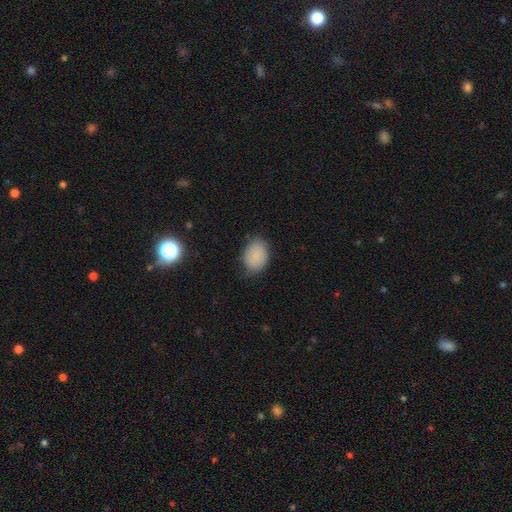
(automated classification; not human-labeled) Smooth or featured?
  - smooth: 85% *
  - star or artifact: 8%
  - featured or disk: 7%
How rounded?
  - in between: 69% *
  - round: 30%
  - cigar-shaped: 1%
Merging?
  - none: 73% *
  - minor disturbance: 21%
  - major disturbance: 4%
  - merger: 1%